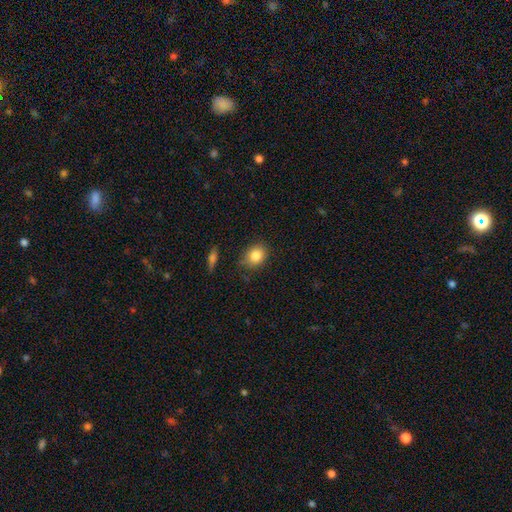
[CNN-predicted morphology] Smooth or featured?
  - smooth: 83% *
  - star or artifact: 9%
  - featured or disk: 8%
How rounded?
  - round: 55% *
  - in between: 44%
  - cigar-shaped: 1%
Merging?
  - none: 76% *
  - minor disturbance: 18%
  - major disturbance: 4%
  - merger: 2%